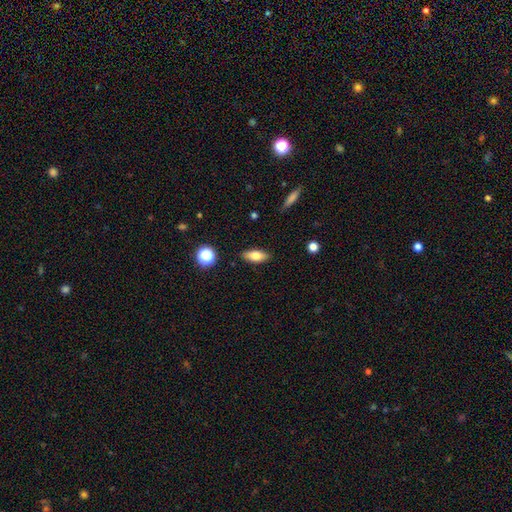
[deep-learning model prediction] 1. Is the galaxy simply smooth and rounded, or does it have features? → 73% smooth, 18% featured or disk, 8% star or artifact.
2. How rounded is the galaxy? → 79% in between, 17% cigar-shaped, 4% round.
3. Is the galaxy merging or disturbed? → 88% none, 9% minor disturbance, 2% major disturbance, 1% merger.